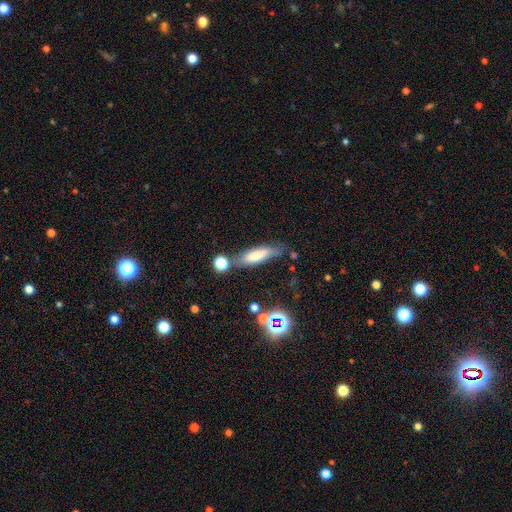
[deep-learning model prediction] Q: Smooth or featured?
A: smooth (69%); runner-up: featured or disk (21%)
Q: How rounded?
A: cigar-shaped (64%); runner-up: in between (34%)
Q: Merging?
A: none (63%); runner-up: minor disturbance (19%)